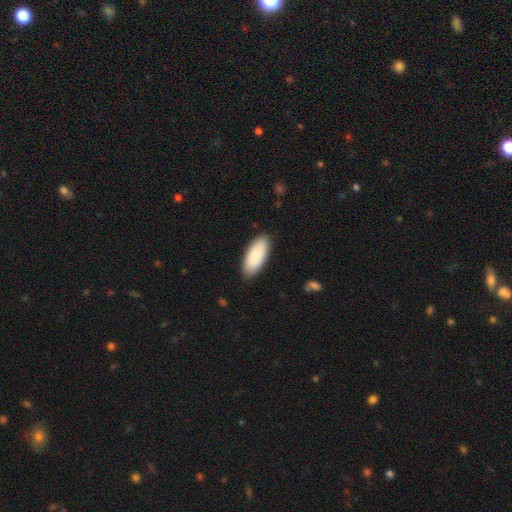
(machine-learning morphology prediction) Smooth or featured? Predicted: smooth (p=0.89). How rounded? Predicted: in between (p=0.86). Merging? Predicted: none (p=0.87).